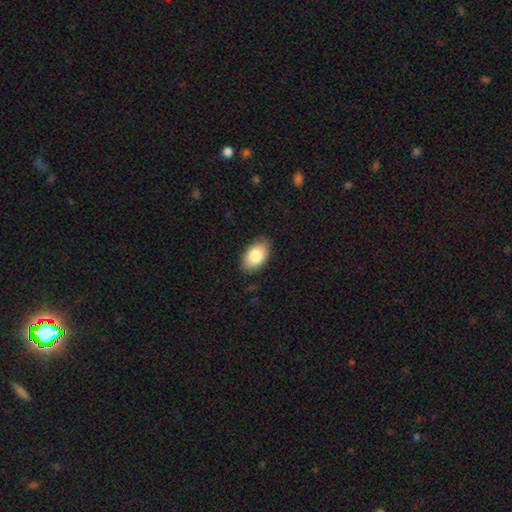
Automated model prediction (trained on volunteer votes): Morphology: type=smooth (82%); roundness=in between (93%); merging=none (85%).